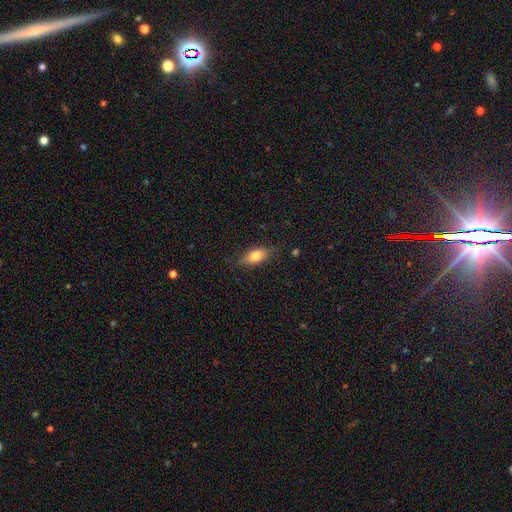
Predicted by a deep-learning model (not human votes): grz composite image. It shows a smooth galaxy with no disk features (77%) that is in between round and cigar-shaped (83%). Merging: none (78%).